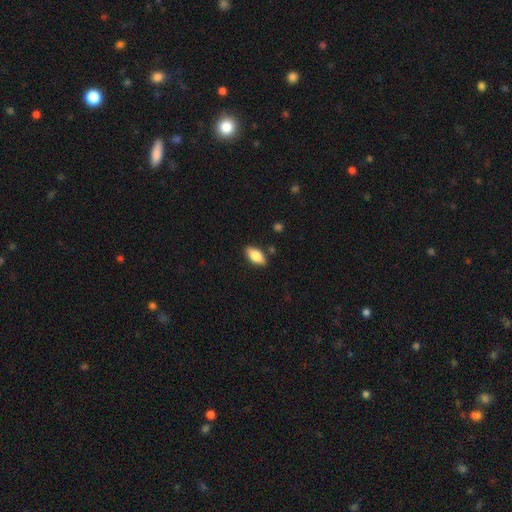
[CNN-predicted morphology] The model was most divided on "smooth or featured": smooth: 79%, featured or disk: 14%, star or artifact: 7%. More confident: how rounded — in between (89%); merging — none (86%).